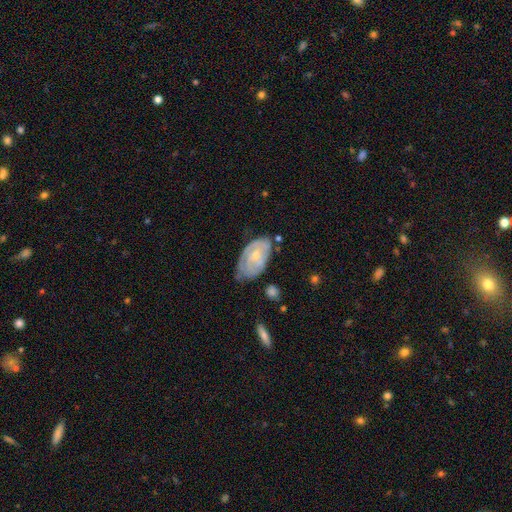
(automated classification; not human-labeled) smooth_or_featured: featured or disk (p=0.69) [alt: smooth p=0.25]
disk_edge_on: no (p=0.95) [alt: yes p=0.05]
bar: no (p=0.70) [alt: weak p=0.26]
has_spiral_arms: yes (p=0.81) [alt: no p=0.19]
spiral_winding: tight (p=0.67) [alt: medium p=0.25]
spiral_arm_count: can't tell (p=0.44) [alt: 2 p=0.32]
bulge_size: small (p=0.62) [alt: moderate p=0.34]
merging: none (p=0.50) [alt: minor disturbance p=0.34]